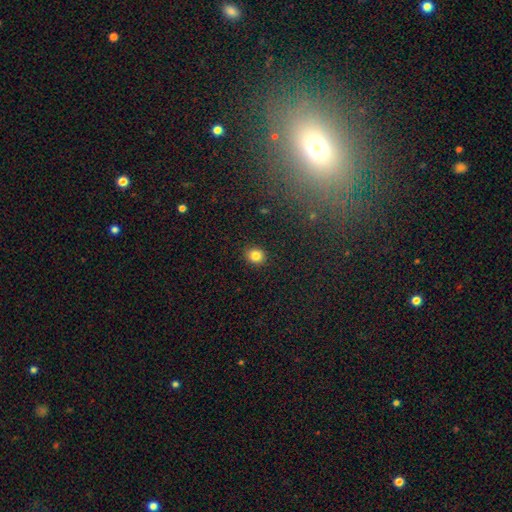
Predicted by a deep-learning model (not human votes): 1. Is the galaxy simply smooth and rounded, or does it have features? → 83% smooth, 11% star or artifact, 6% featured or disk.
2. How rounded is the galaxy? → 74% round, 25% in between, 1% cigar-shaped.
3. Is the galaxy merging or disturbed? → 90% none, 7% minor disturbance, 2% major disturbance, 1% merger.